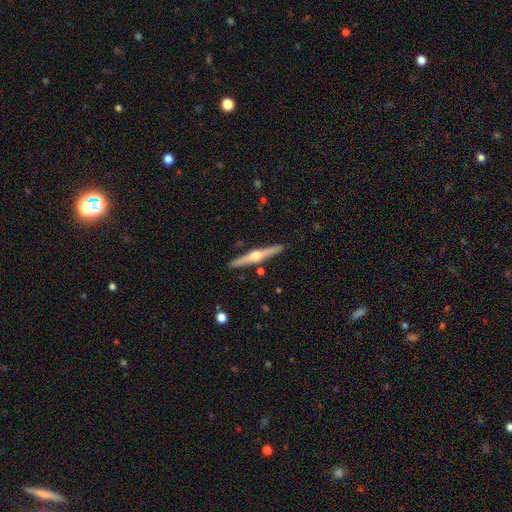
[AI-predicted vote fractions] This appears to be a featured or disk galaxy (76%) viewed edge-on (98%) with a rounded central bulge (95%). Merging: none (90%).